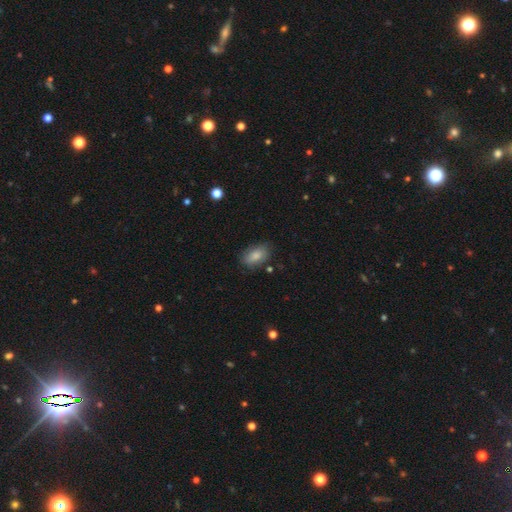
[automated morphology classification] A smooth galaxy with no disk features (82%) that is in between round and cigar-shaped (90%).

Vote fractions:
- Smooth or featured? smooth: 82% / featured or disk: 11% / star or artifact: 7%
- How rounded? in between: 90% / round: 7% / cigar-shaped: 3%
- Merging? none: 77% / minor disturbance: 17% / major disturbance: 4% / merger: 2%